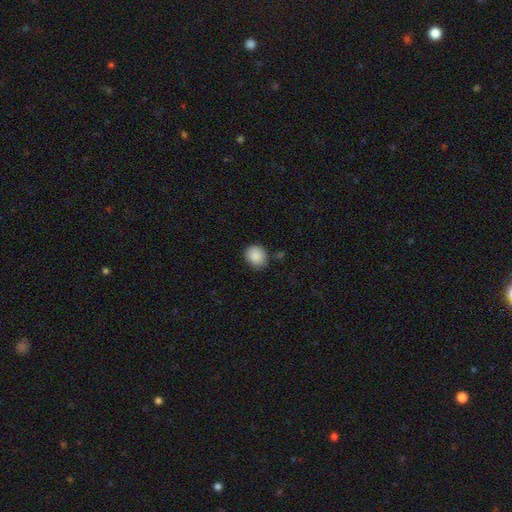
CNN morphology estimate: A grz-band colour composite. It shows a smooth galaxy with no disk features (89%) that is round (74%). Merging: none (79%).